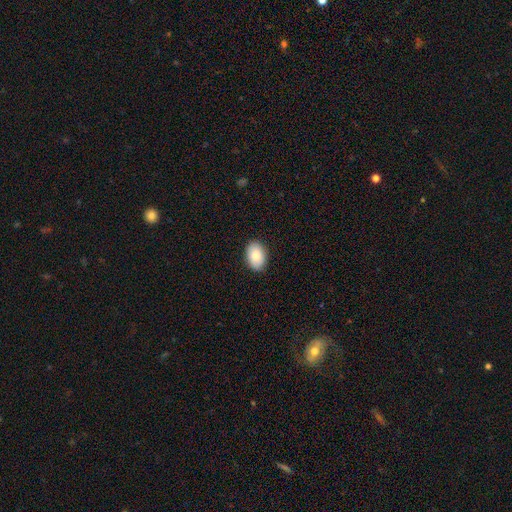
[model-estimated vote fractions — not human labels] Smooth or featured: smooth — 84% (featured or disk — 9%)
How rounded: in between — 88% (round — 11%)
Merging: none — 89% (minor disturbance — 9%)